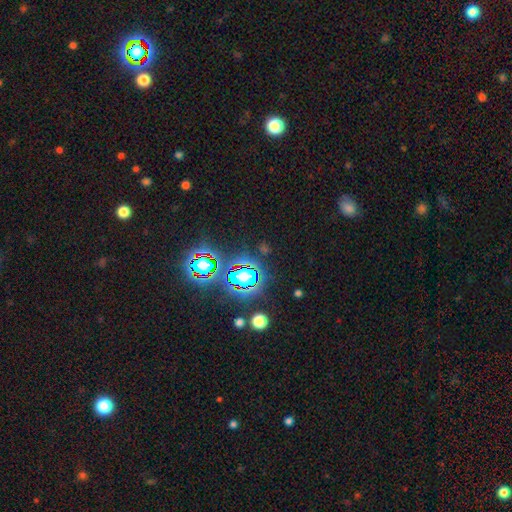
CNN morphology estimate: Smooth or featured? Predicted: star or artifact (p=0.81).